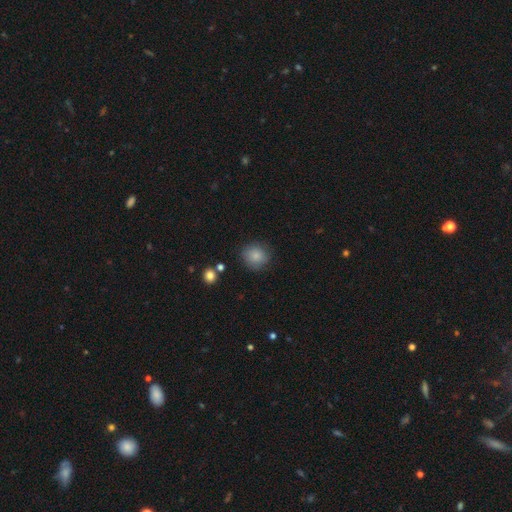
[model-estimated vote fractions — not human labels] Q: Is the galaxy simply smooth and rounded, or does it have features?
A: smooth — 85%.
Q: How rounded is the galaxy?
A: round — 86%.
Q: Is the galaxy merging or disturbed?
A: none — 82%.